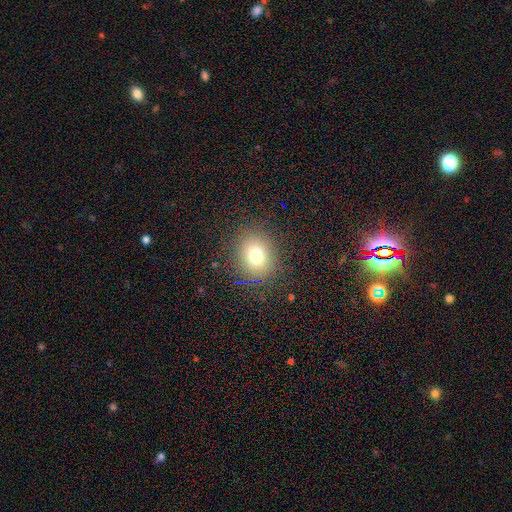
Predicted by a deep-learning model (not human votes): Smooth or featured? smooth (72%)
How rounded? round (70%)
Merging? none (86%)